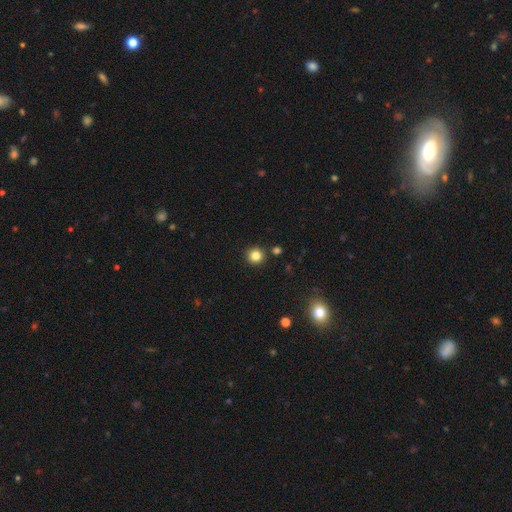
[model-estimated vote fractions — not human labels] smooth 82%, star or artifact 13%, featured or disk 5%. Down the decision tree: how rounded — round (94%); merging — none (90%).